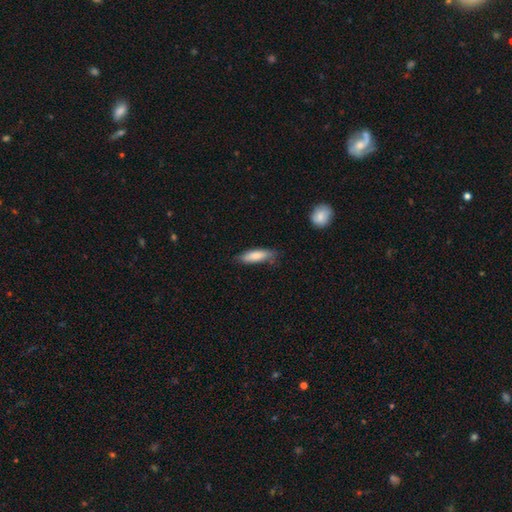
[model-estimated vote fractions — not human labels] Overall: smooth (81%). How rounded: cigar-shaped (53%; in between 45%). Merging: none (72%).